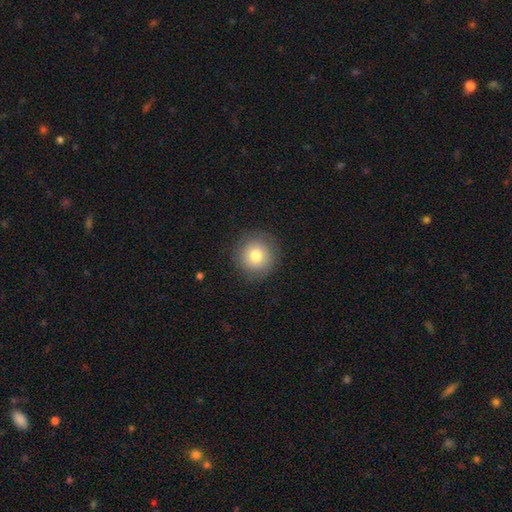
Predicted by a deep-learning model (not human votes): Smooth or featured?
  - smooth: 77% *
  - featured or disk: 13%
  - star or artifact: 10%
How rounded?
  - round: 94% *
  - in between: 5%
  - cigar-shaped: 1%
Merging?
  - none: 87% *
  - minor disturbance: 9%
  - major disturbance: 3%
  - merger: 1%